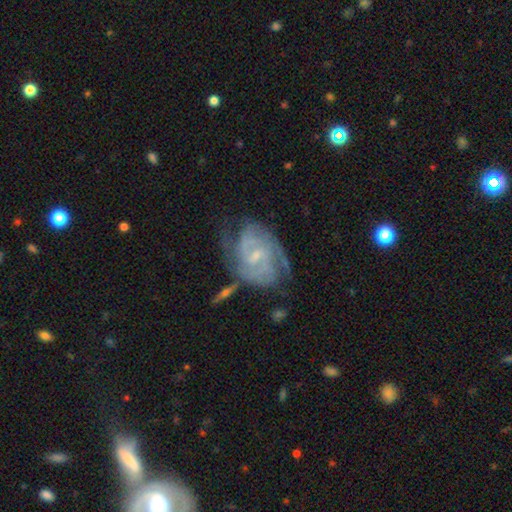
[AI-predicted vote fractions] smooth_or_featured: featured or disk (p=0.85) [alt: smooth p=0.09]
disk_edge_on: no (p=0.97) [alt: yes p=0.03]
bar: weak (p=0.53) [alt: no p=0.36]
has_spiral_arms: yes (p=0.95) [alt: no p=0.05]
spiral_winding: tight (p=0.56) [alt: medium p=0.36]
spiral_arm_count: 2 (p=0.40) [alt: can't tell p=0.27]
bulge_size: small (p=0.66) [alt: moderate p=0.25]
merging: none (p=0.60) [alt: minor disturbance p=0.23]